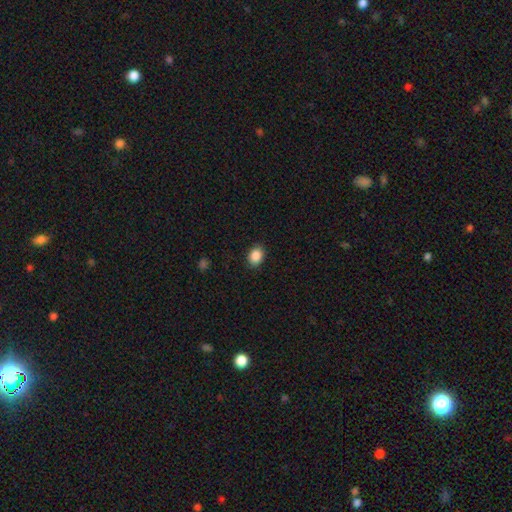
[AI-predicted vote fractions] smooth-or-featured: smooth: 88% | star or artifact: 8% | featured or disk: 3%
  how-rounded: in between: 62% | round: 37% | cigar-shaped: 1%
  merging: none: 89% | minor disturbance: 8% | major disturbance: 2% | merger: 1%